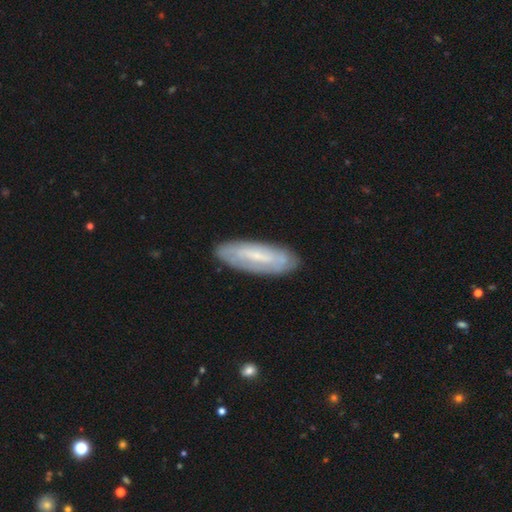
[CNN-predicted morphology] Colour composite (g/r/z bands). It shows a featured or disk galaxy (51%). Merging: none (84%).